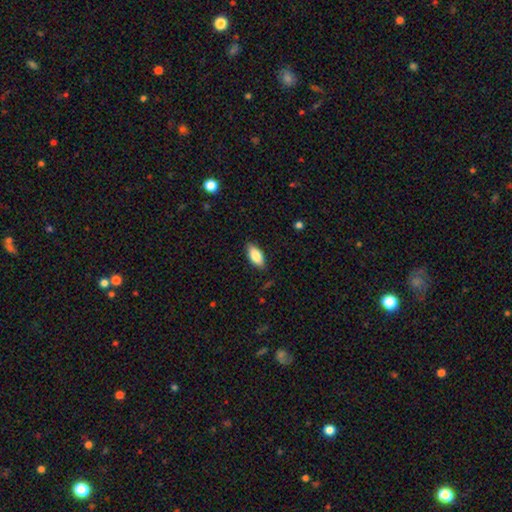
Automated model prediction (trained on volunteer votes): smooth_or_featured: smooth (p=0.83) [alt: featured or disk p=0.10]
how_rounded: in between (p=0.88) [alt: cigar-shaped p=0.09]
merging: none (p=0.85) [alt: minor disturbance p=0.11]